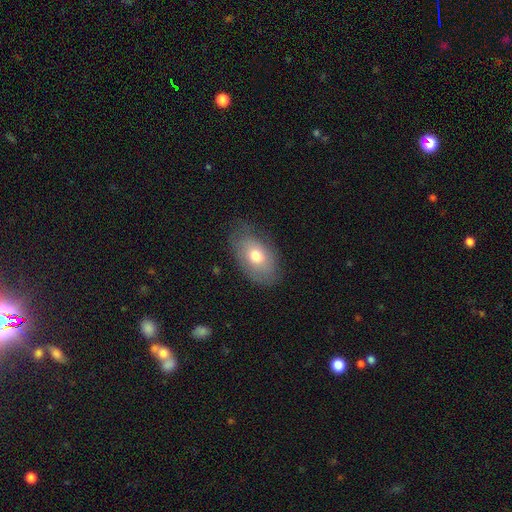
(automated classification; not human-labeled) Overall: smooth (69%). How rounded: in between (89%). Merging: none (71%).